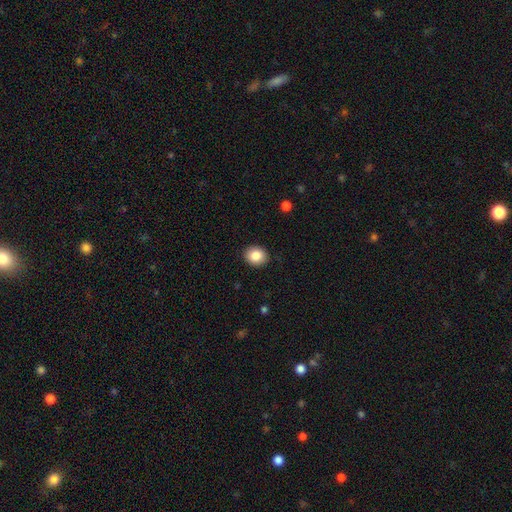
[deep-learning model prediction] This appears to be a smooth galaxy with no disk features (85%) that is round (63%). Merging: none (90%).